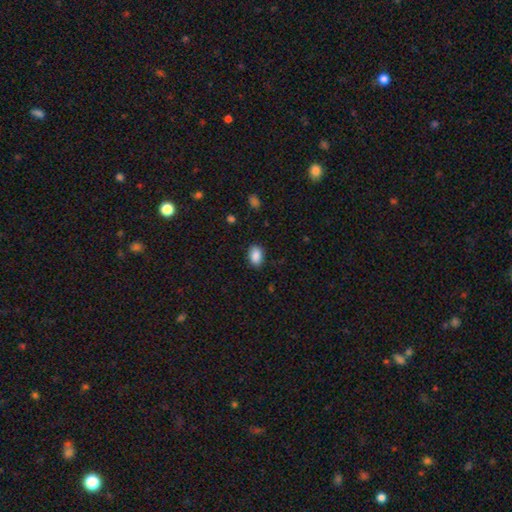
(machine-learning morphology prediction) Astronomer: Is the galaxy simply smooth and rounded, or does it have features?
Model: smooth — 89%.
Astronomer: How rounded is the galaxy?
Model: in between — 85%.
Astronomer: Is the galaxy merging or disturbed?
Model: none — 87%.